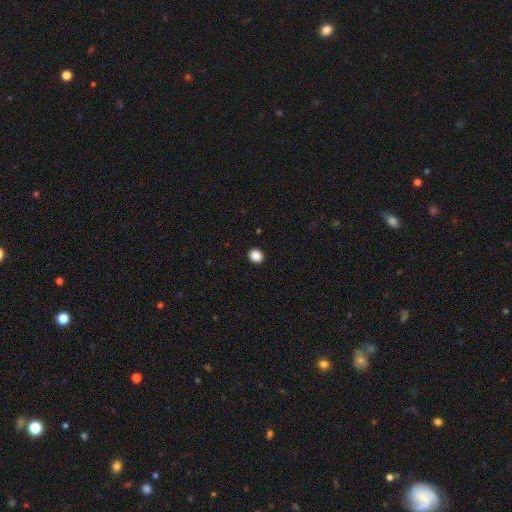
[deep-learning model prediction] Smooth or featured? smooth (88%)
How rounded? round (81%)
Merging? none (93%)